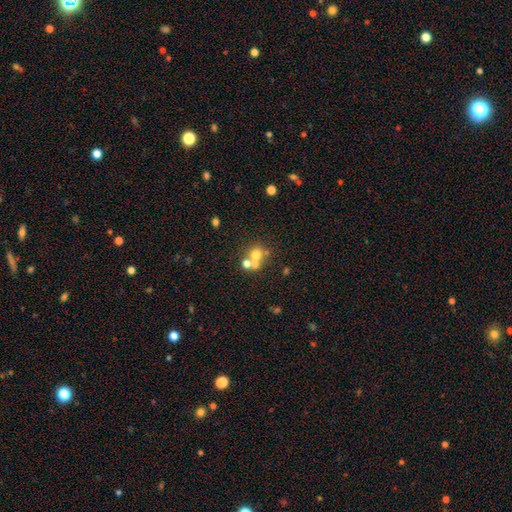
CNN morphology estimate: type=smooth (61%); roundness=round (84%); merging=merger (49%).